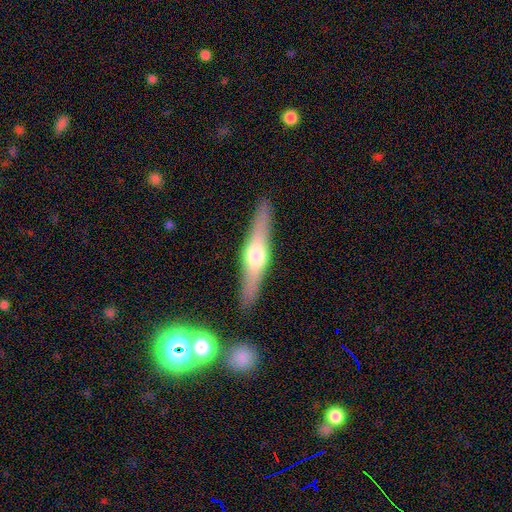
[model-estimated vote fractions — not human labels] Smooth or featured: featured or disk — 60% (smooth — 34%)
Edge-on disk: yes — 93% (no — 7%)
Edge-on bulge: rounded — 91% (boxy — 5%)
Merging: none — 89% (minor disturbance — 8%)